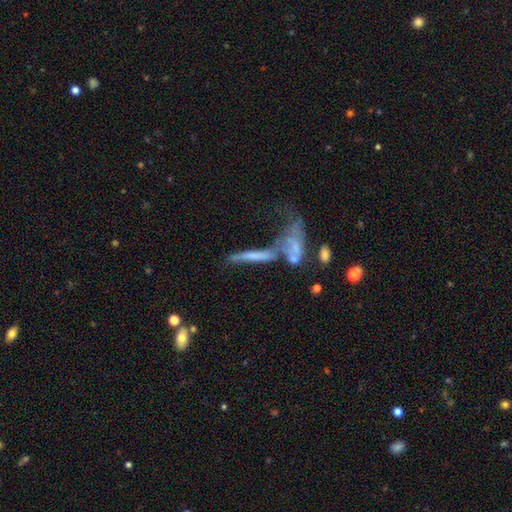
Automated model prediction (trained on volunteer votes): A featured or disk galaxy (48%). Merging: merger (44%).